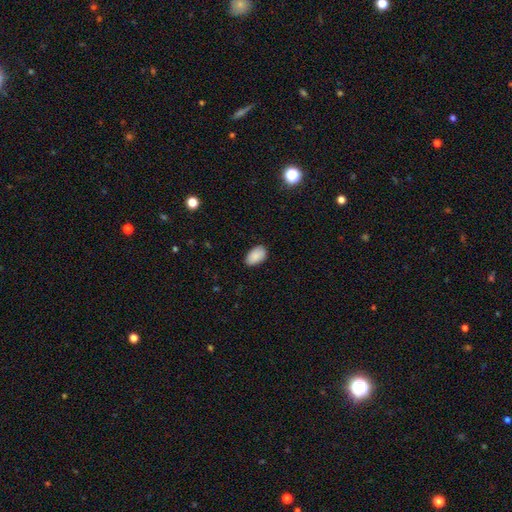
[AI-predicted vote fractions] Smooth or featured? Predicted: smooth (p=0.89). How rounded? Predicted: in between (p=0.93). Merging? Predicted: none (p=0.84).